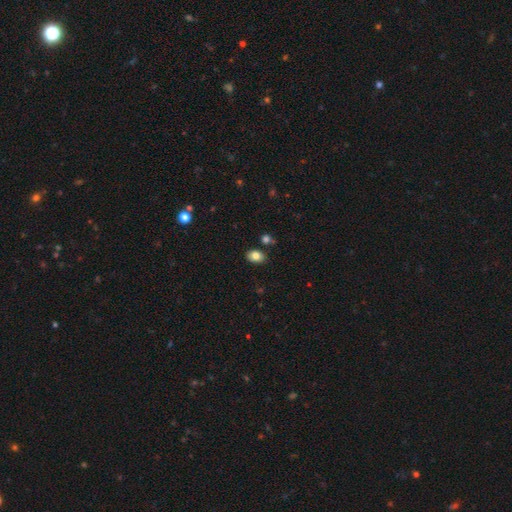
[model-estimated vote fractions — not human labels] Smooth or featured? smooth (82%)
How rounded? in between (76%)
Merging? none (83%)